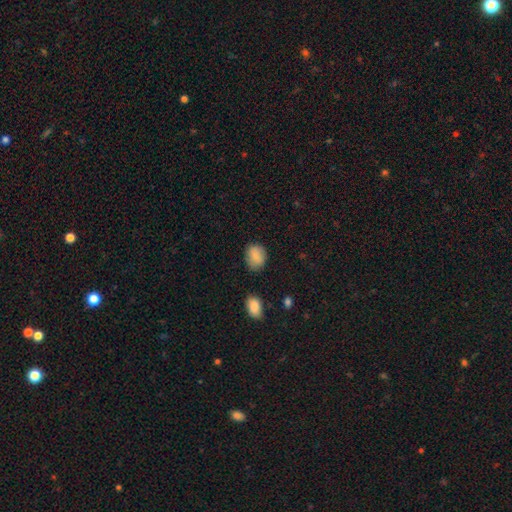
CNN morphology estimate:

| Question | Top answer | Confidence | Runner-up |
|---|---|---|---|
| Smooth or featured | smooth | 86% | star or artifact (8%) |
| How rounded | in between | 60% | round (39%) |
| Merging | none | 74% | minor disturbance (19%) |